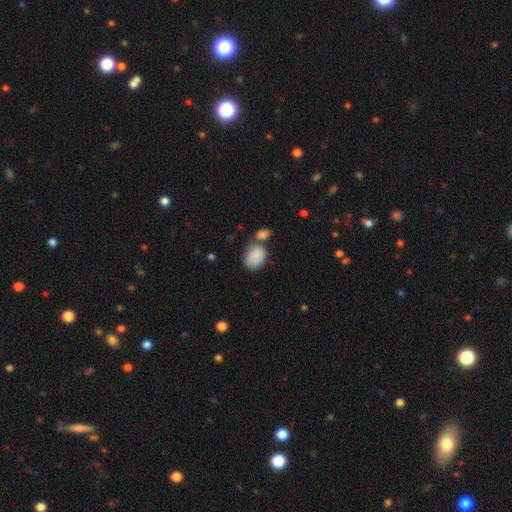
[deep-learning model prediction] Smooth or featured: smooth — 87% (star or artifact — 6%)
How rounded: in between — 68% (round — 31%)
Merging: none — 47% (merger — 31%)